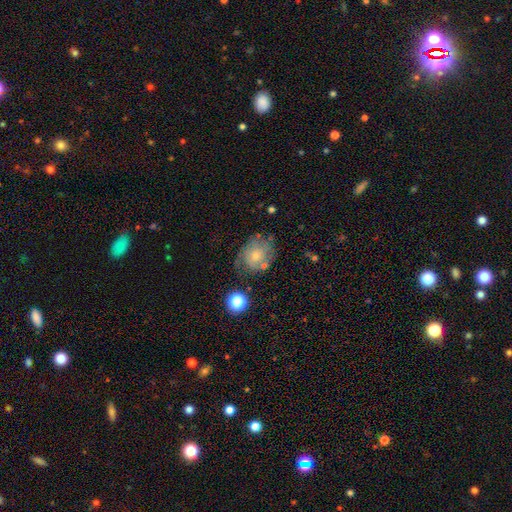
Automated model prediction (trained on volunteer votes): Overall: smooth (45%, tied with featured or disk). Merging: none (56%; minor disturbance 25%).